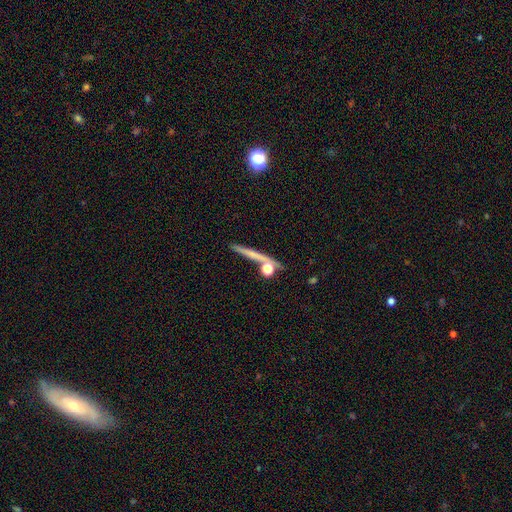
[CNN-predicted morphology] smooth-or-featured: smooth: 49% | featured or disk: 39% | star or artifact: 11%
  merging: none: 75% | merger: 12% | minor disturbance: 10% | major disturbance: 4%